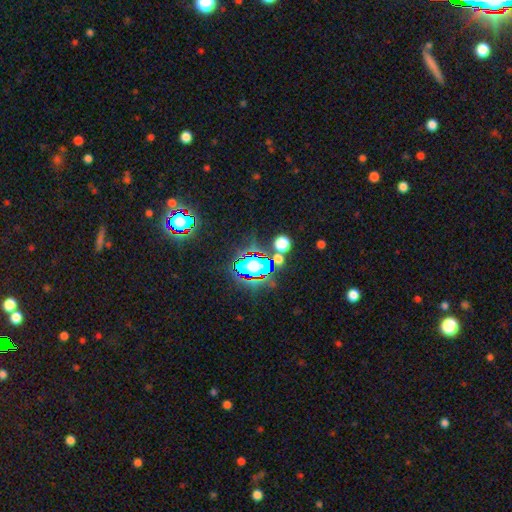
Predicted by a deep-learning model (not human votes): smooth-or-featured: star or artifact: 58% | smooth: 28% | featured or disk: 14%